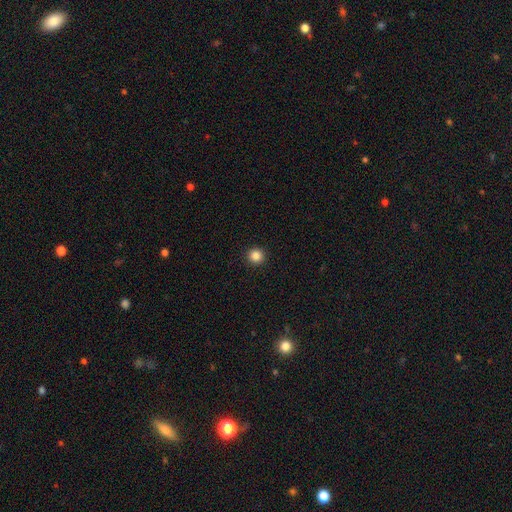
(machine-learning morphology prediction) A smooth galaxy with no disk features (85%) that is round (95%). Merging: none (94%).